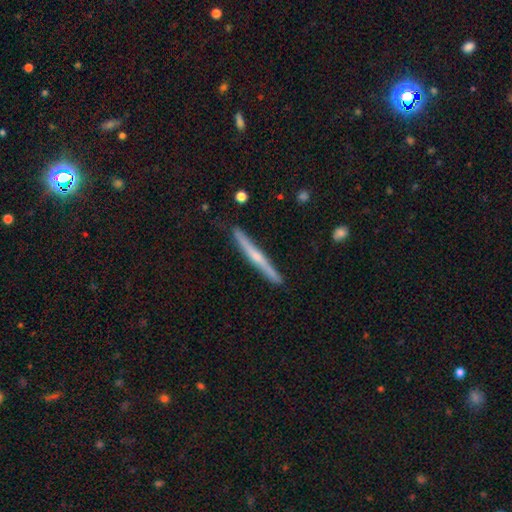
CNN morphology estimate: Overall: featured or disk (62%; smooth 33%). Edge-on disk: yes (97%). Edge-on bulge: rounded (59%; none 34%). Merging: none (89%).